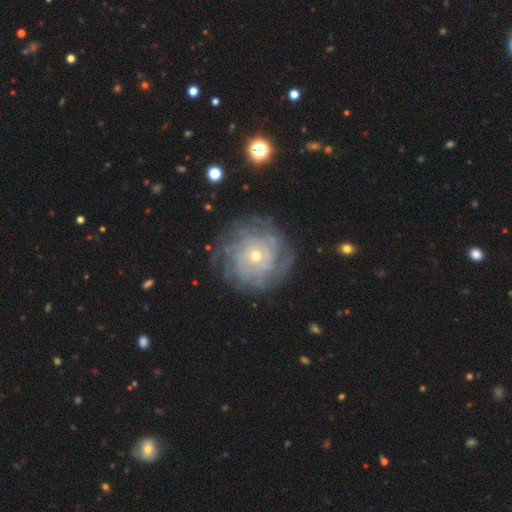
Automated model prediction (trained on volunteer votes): featured or disk 77%, smooth 15%, star or artifact 8%. Down the decision tree: edge-on disk — no (97%); bar — no (85%); spiral arms — yes (88%); spiral arm count — can't tell (44%); spiral winding — tight (77%); bulge size — small (70%); merging — none (80%).